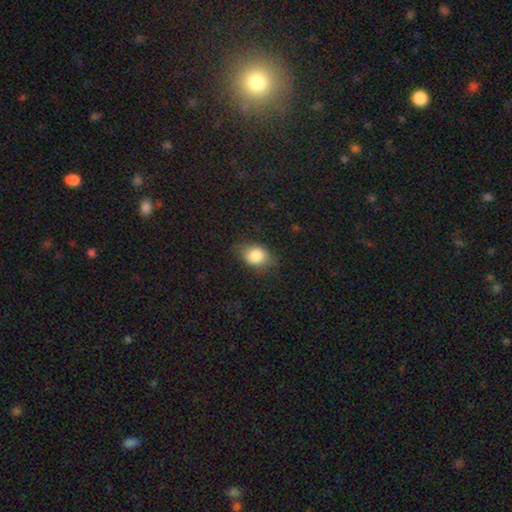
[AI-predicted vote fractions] Smooth or featured? smooth (83%)
How rounded? in between (60%)
Merging? none (70%)